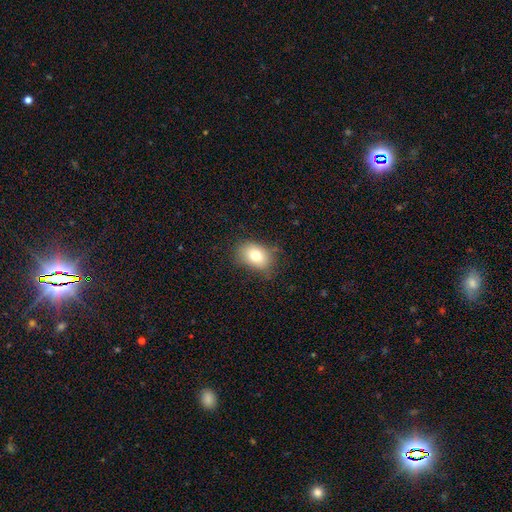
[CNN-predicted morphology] The model was most divided on "merging": none: 70%, minor disturbance: 23%, major disturbance: 6%, merger: 1%. More confident: smooth or featured — smooth (77%); how rounded — in between (75%).